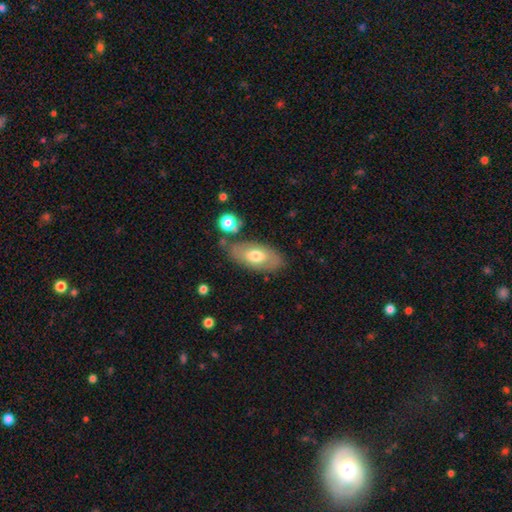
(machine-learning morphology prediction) This appears to be a smooth galaxy with no disk features (62%) that is in between round and cigar-shaped (91%). Merging: none (70%).